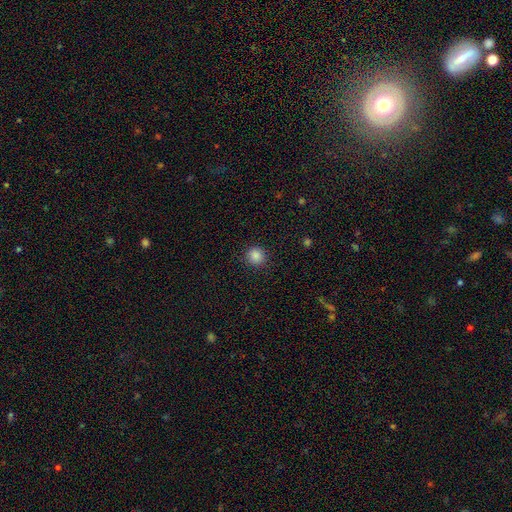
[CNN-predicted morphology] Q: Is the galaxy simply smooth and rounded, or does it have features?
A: smooth — 87%.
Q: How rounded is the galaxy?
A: round — 93%.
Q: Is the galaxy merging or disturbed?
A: none — 90%.